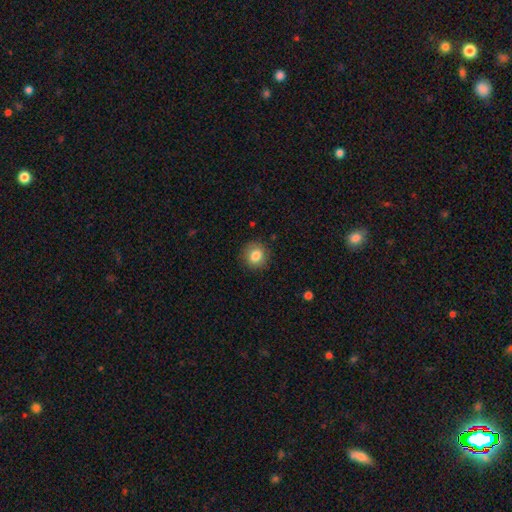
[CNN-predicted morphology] Overall: smooth (82%). How rounded: round (87%). Merging: none (86%).